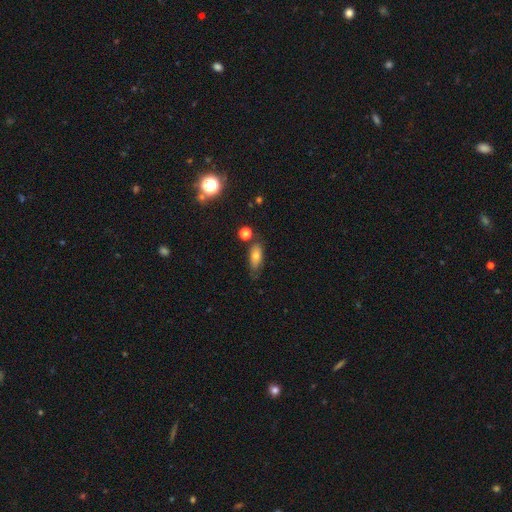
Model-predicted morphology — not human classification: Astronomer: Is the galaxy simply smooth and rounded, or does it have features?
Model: smooth — 71%.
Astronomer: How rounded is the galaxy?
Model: in between — 77%.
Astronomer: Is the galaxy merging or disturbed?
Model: none — 68%.